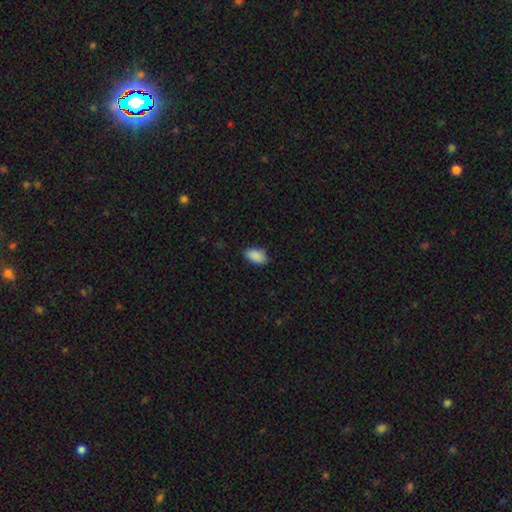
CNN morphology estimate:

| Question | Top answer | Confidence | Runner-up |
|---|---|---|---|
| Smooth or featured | smooth | 90% | star or artifact (7%) |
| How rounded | in between | 93% | round (5%) |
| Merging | none | 83% | minor disturbance (13%) |